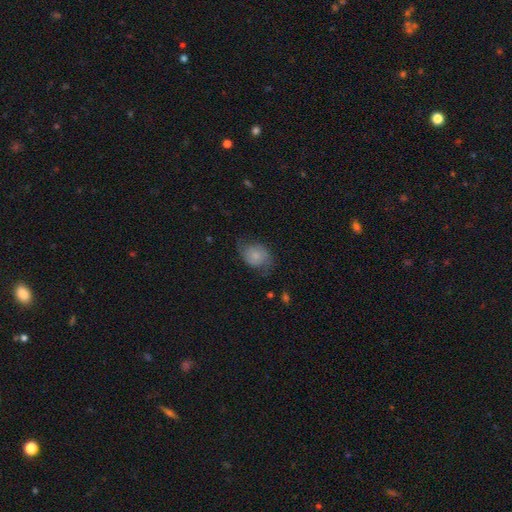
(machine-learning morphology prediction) Smooth or featured? Predicted: smooth (p=0.48). Merging? Predicted: none (p=0.57).